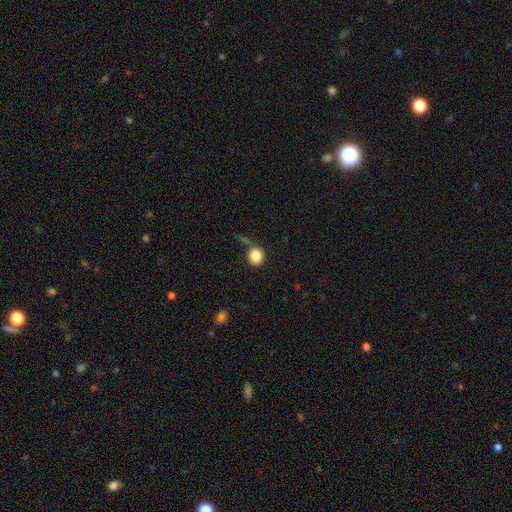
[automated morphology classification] This is clearly a smooth galaxy (87%). How rounded: clearly round (84%). Merging: likely none (67%).